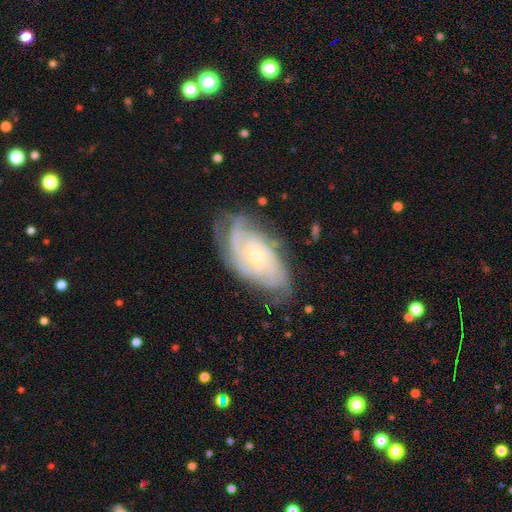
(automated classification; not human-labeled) Smooth or featured? Predicted: featured or disk (p=0.87). Edge-on disk? Predicted: no (p=0.96). Bar? Predicted: no (p=0.69). Spiral arms? Predicted: yes (p=0.97). Spiral winding? Predicted: tight (p=0.72). Spiral arm count? Predicted: can't tell (p=0.26). Bulge size? Predicted: small (p=0.67). Merging? Predicted: none (p=0.71).